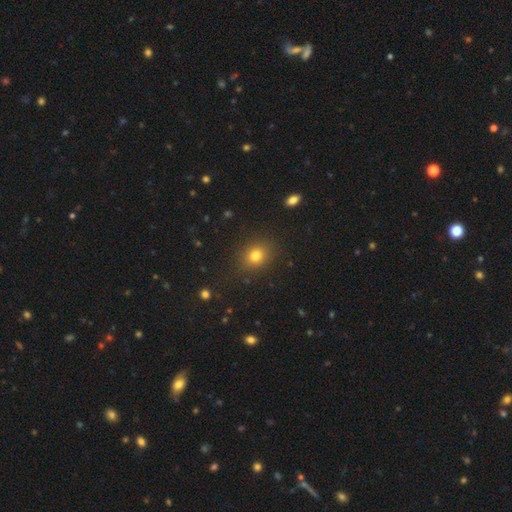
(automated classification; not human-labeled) Morphology: type=smooth (78%); roundness=round (61%); merging=none (86%).